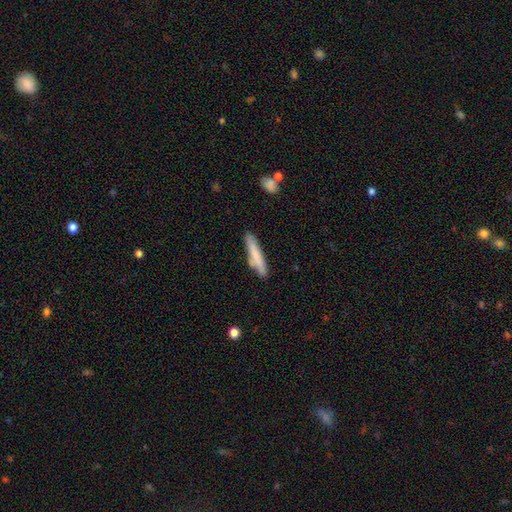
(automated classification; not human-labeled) Smooth or featured? Predicted: smooth (p=0.74). How rounded? Predicted: cigar-shaped (p=0.90). Merging? Predicted: none (p=0.78).